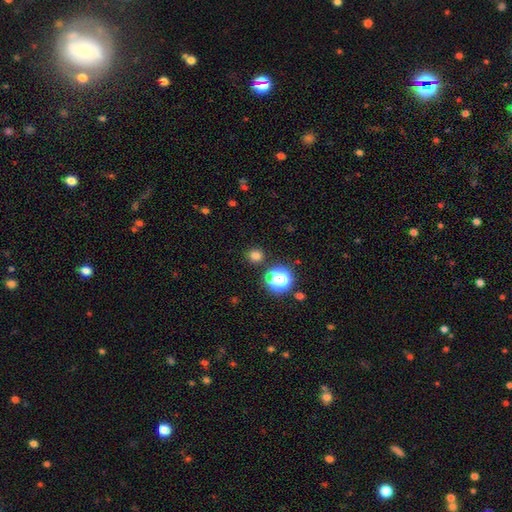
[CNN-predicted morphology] Smooth or featured? Predicted: smooth (p=0.75). How rounded? Predicted: round (p=0.91). Merging? Predicted: none (p=0.88).